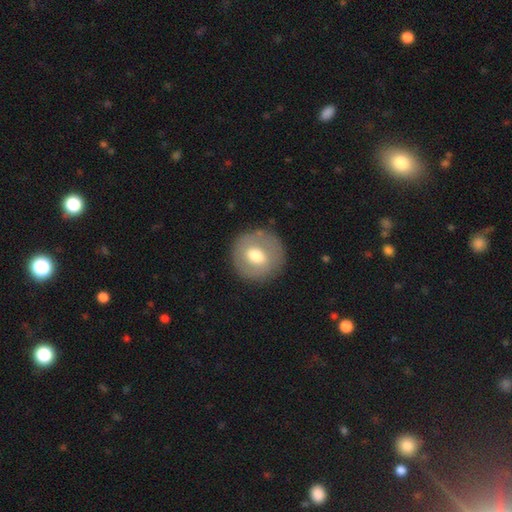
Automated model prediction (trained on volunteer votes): Overall: smooth (59%; featured or disk 34%). How rounded: round (89%). Merging: none (84%).